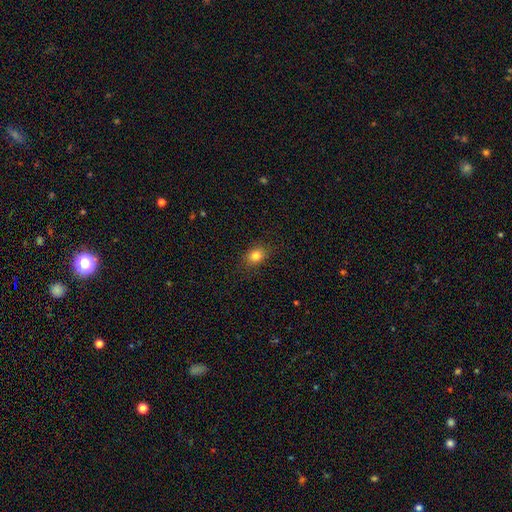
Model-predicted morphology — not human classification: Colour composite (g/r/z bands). It shows a smooth galaxy with no disk features (82%) that is in between round and cigar-shaped (56%). Merging: none (86%).